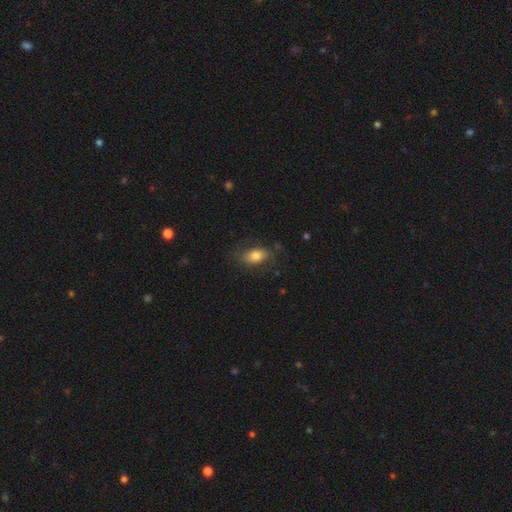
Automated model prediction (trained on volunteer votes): Q: Smooth or featured?
A: smooth (71%); runner-up: featured or disk (21%)
Q: How rounded?
A: in between (87%); runner-up: round (8%)
Q: Merging?
A: none (70%); runner-up: minor disturbance (20%)